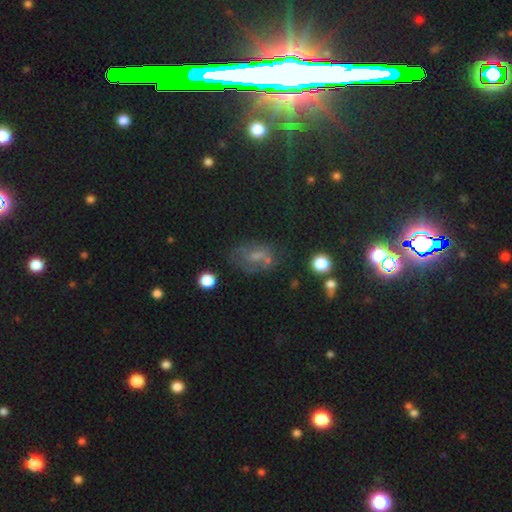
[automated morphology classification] Smooth or featured: featured or disk — 38% (smooth — 35%)
Merging: none — 48% (minor disturbance — 24%)